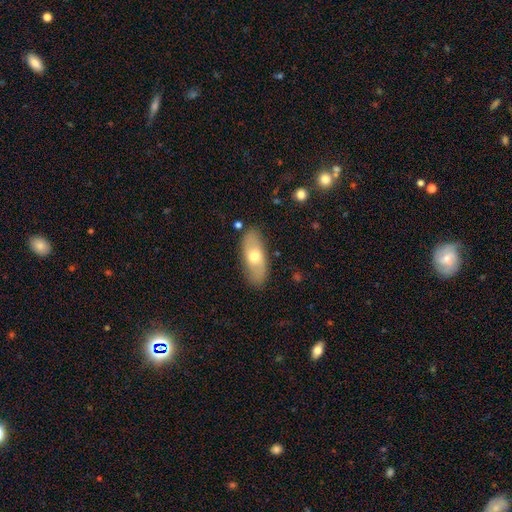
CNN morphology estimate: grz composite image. It shows a smooth galaxy with no disk features (51%) that is in between round and cigar-shaped (79%). Merging: none (86%).